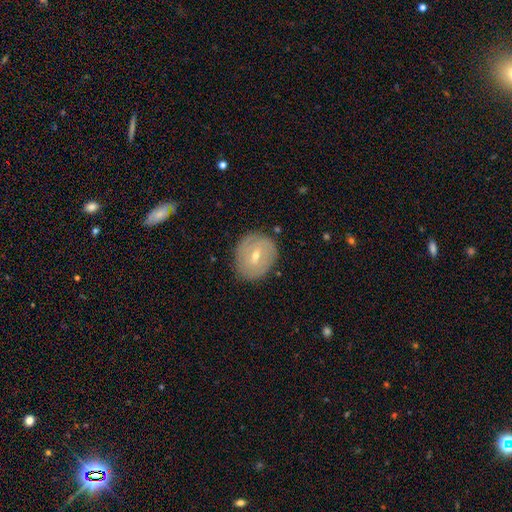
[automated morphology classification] Q: Smooth or featured?
A: featured or disk (60%); runner-up: smooth (32%)
Q: Edge-on disk?
A: no (95%); runner-up: yes (5%)
Q: Bar?
A: weak (51%); runner-up: no (34%)
Q: Spiral arms?
A: yes (64%); runner-up: no (36%)
Q: Bulge size?
A: small (53%); runner-up: moderate (44%)
Q: Merging?
A: none (82%); runner-up: minor disturbance (14%)